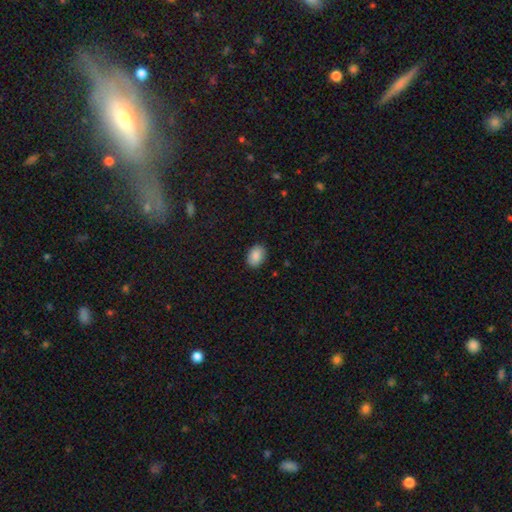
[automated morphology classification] type=smooth (88%); roundness=in between (81%); merging=none (88%).